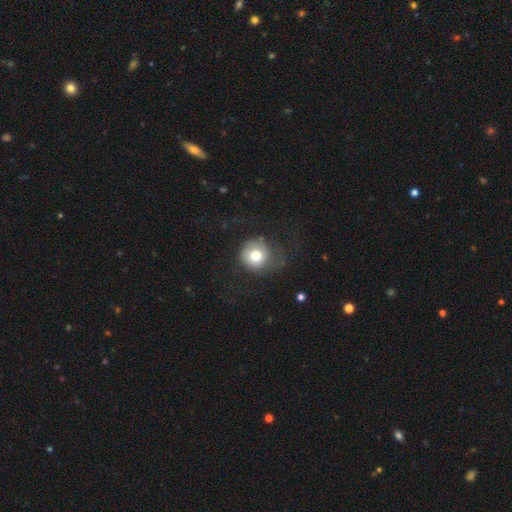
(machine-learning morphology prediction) Smooth or featured? Predicted: smooth (p=0.74). How rounded? Predicted: round (p=0.92). Merging? Predicted: none (p=0.61).